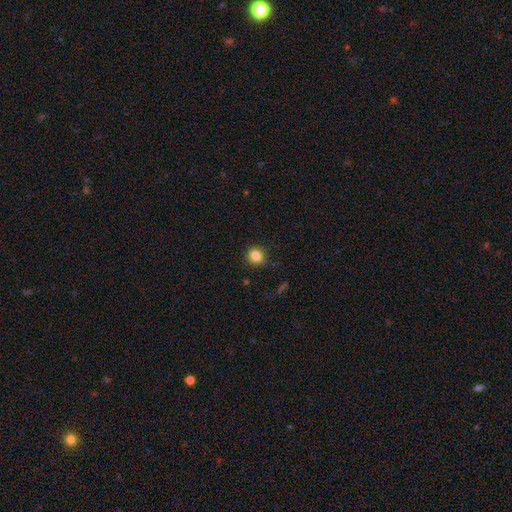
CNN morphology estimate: Smooth or featured? smooth (84%)
How rounded? round (87%)
Merging? none (87%)